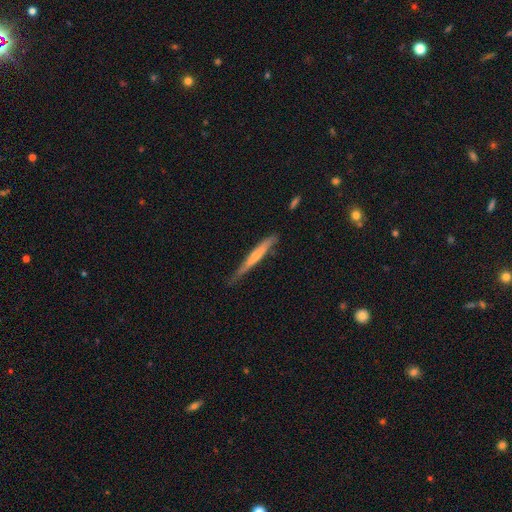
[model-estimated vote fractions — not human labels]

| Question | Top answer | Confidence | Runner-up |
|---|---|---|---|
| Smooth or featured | featured or disk | 64% | smooth (29%) |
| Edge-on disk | yes | 95% | no (5%) |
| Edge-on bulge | rounded | 63% | none (30%) |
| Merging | none | 80% | minor disturbance (16%) |